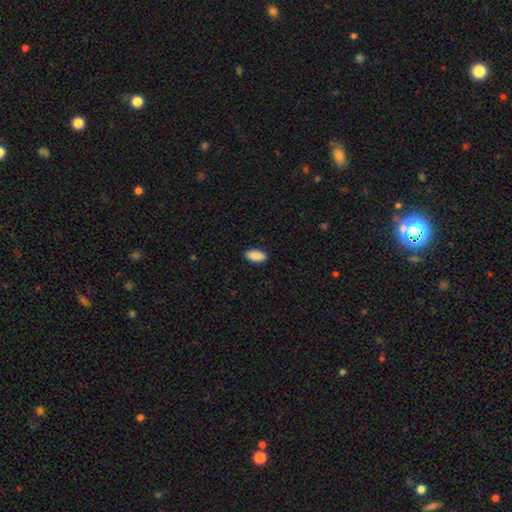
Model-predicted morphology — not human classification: smooth 90%, star or artifact 7%, featured or disk 3%. Down the decision tree: how rounded — in between (93%); merging — none (89%).